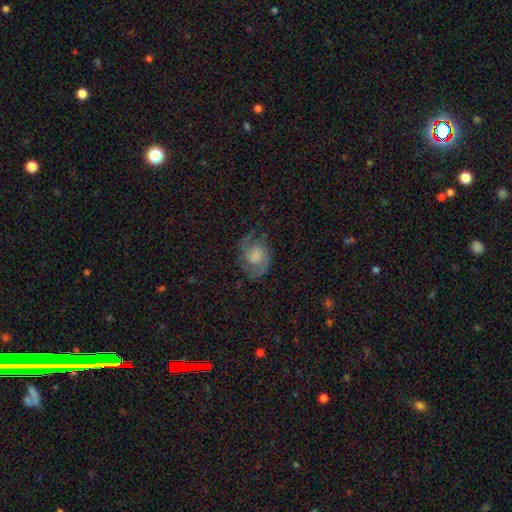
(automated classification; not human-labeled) A featured or disk galaxy (73%) with no bar (56%), 2 (85%) medium (51%) spiral arms (92%) and no central bulge (30%).

Vote fractions:
- Smooth or featured? featured or disk: 73% / smooth: 19% / star or artifact: 8%
- Edge-on disk? no: 97% / yes: 3%
- Bar? no: 56% / weak: 37% / strong: 7%
- Spiral arms? yes: 92% / no: 8%
- Spiral winding? medium: 51% / loose: 25% / tight: 24%
- Spiral arm count? 2: 85% / can't tell: 7% / 1: 3% / 3: 2% / 4: 1% / more than 4: 1%
- Bulge size? none: 30% / large: 27% / moderate: 23% / small: 16% / dominant: 4%
- Merging? none: 65% / minor disturbance: 20% / major disturbance: 13% / merger: 1%